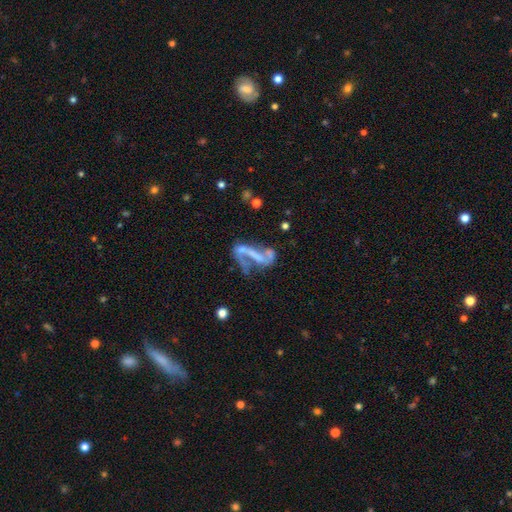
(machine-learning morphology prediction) Overall: featured or disk (67%). Edge-on disk: no (91%). Bar: no (41%; strong 39%). Spiral arms: no (52%; yes 48%). Bulge size: none (65%). Merging: major disturbance (35%; merger 29%).